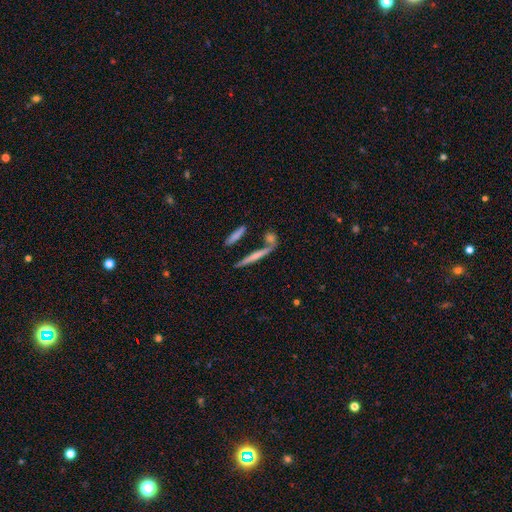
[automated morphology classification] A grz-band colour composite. It shows a smooth galaxy with no disk features (46%, tied with featured or disk). Merging: none (66%).